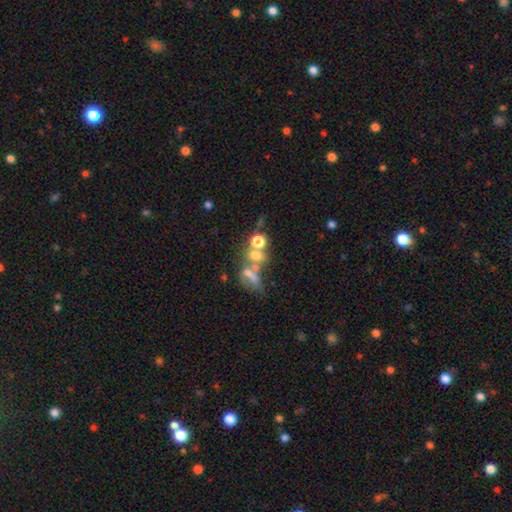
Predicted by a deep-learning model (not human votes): Smooth or featured: smooth — 54% (featured or disk — 24%)
How rounded: round — 51% (in between — 43%)
Merging: merger — 48% (none — 30%)